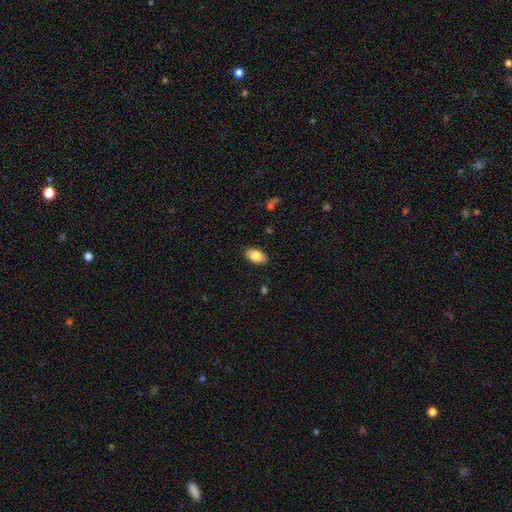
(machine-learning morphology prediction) Smooth or featured: smooth — 84% (featured or disk — 9%)
How rounded: in between — 93% (round — 5%)
Merging: none — 88% (minor disturbance — 9%)